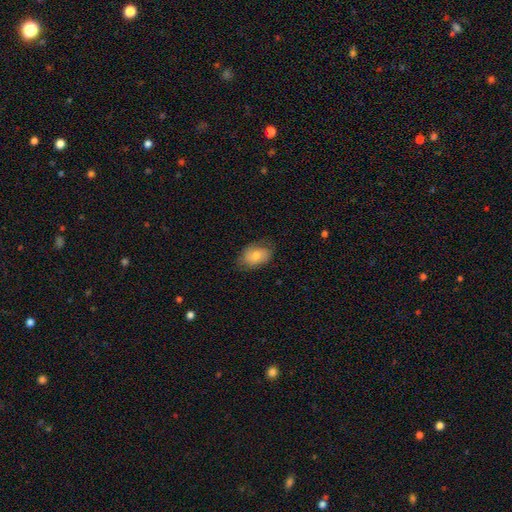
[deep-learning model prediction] This appears to be a smooth galaxy with no disk features (61%) that is in between round and cigar-shaped (81%). Merging: none (70%).